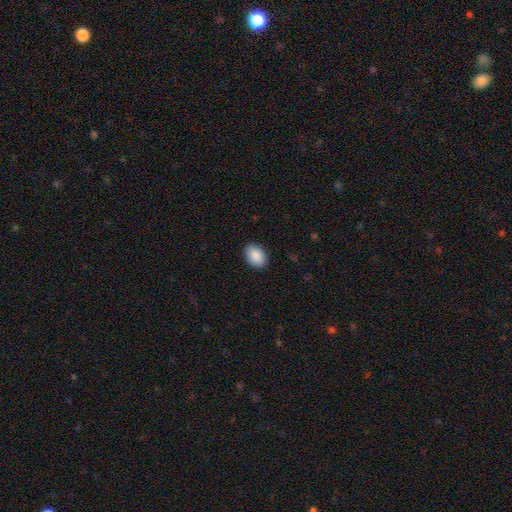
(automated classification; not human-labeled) Smooth or featured?
  - smooth: 90% *
  - star or artifact: 6%
  - featured or disk: 3%
How rounded?
  - in between: 83% *
  - round: 16%
  - cigar-shaped: 1%
Merging?
  - none: 88% *
  - minor disturbance: 9%
  - major disturbance: 2%
  - merger: 1%